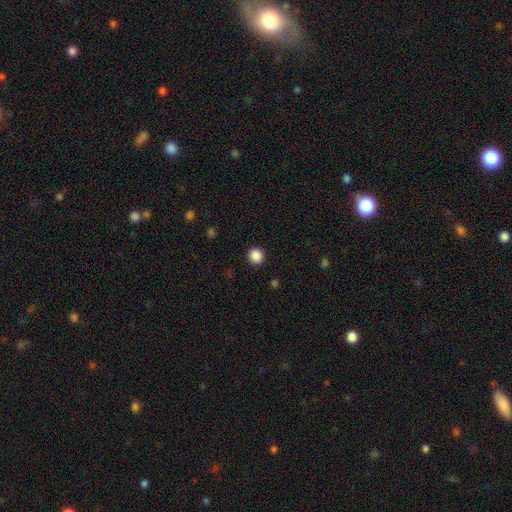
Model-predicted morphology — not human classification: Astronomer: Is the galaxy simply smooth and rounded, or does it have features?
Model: smooth — 88%.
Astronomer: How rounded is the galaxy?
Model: round — 92%.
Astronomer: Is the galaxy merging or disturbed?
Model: none — 92%.